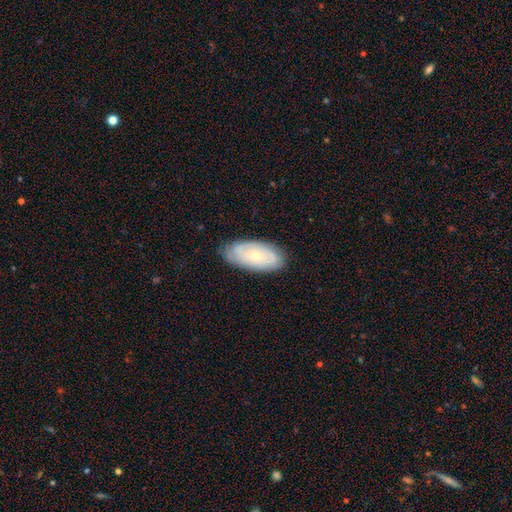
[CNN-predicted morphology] Smooth or featured?
  - featured or disk: 53% *
  - smooth: 40%
  - star or artifact: 7%
Edge-on disk?
  - no: 90% *
  - yes: 10%
Merging?
  - none: 79% *
  - minor disturbance: 17%
  - major disturbance: 3%
  - merger: 1%